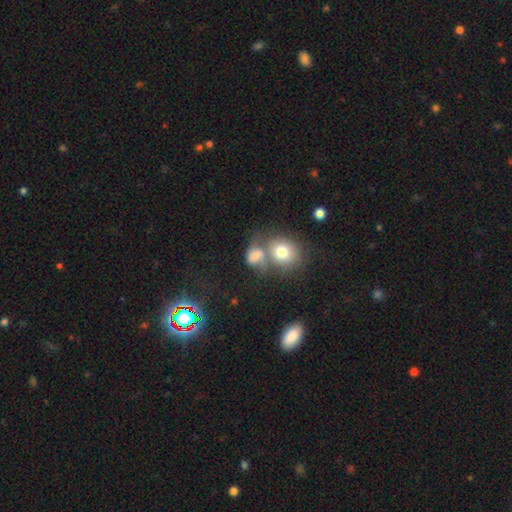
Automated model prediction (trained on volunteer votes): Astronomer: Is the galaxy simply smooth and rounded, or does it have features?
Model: smooth — 68%.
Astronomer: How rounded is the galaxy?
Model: in between — 50% (runner-up: round, 49%).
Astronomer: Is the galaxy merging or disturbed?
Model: merger — 47% (runner-up: none, 29%).